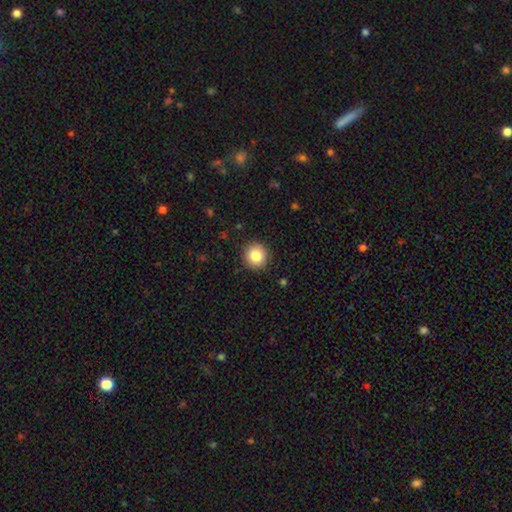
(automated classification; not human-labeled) The model was most divided on "smooth or featured": smooth: 85%, star or artifact: 9%, featured or disk: 6%. More confident: how rounded — round (92%); merging — none (90%).